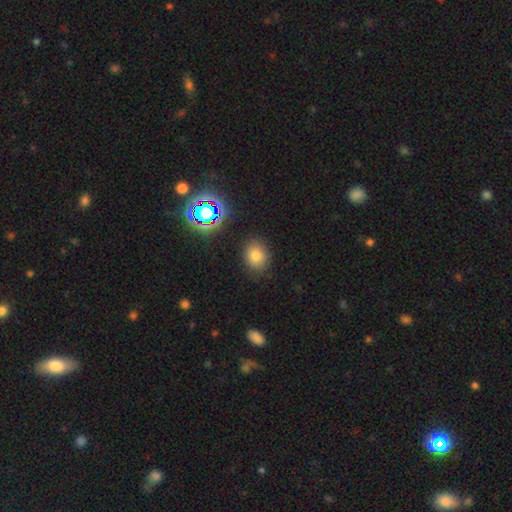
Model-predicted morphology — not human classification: Smooth or featured? Predicted: smooth (p=0.75). How rounded? Predicted: round (p=0.55). Merging? Predicted: none (p=0.85).